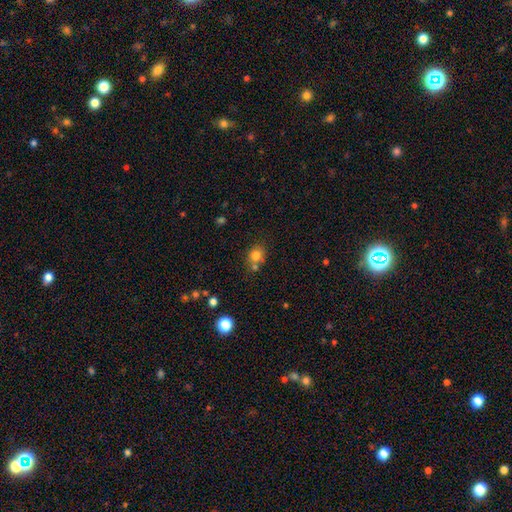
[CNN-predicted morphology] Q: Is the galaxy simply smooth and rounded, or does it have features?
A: smooth — 79%.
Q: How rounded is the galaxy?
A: round — 72%.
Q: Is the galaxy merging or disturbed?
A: none — 62%.